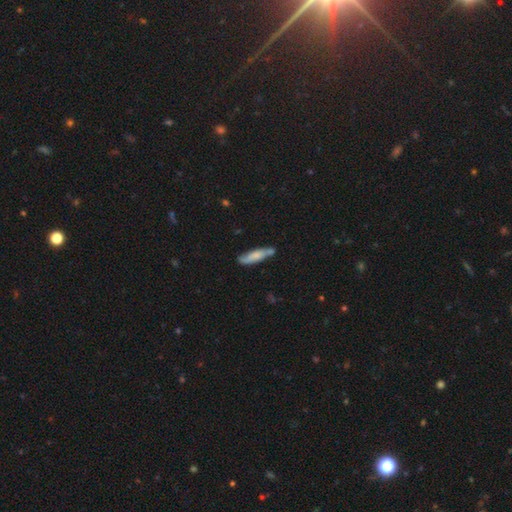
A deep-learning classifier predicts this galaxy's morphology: A smooth galaxy with no disk features (67%) that is cigar-shaped (75%). Merging: none (60%).